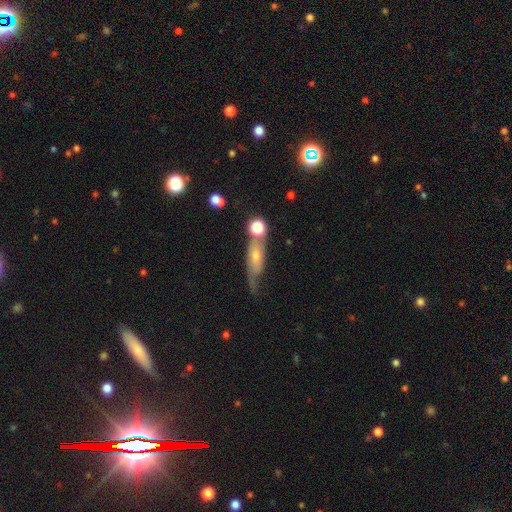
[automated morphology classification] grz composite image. It shows a featured or disk galaxy (51%). Merging: none (43%).